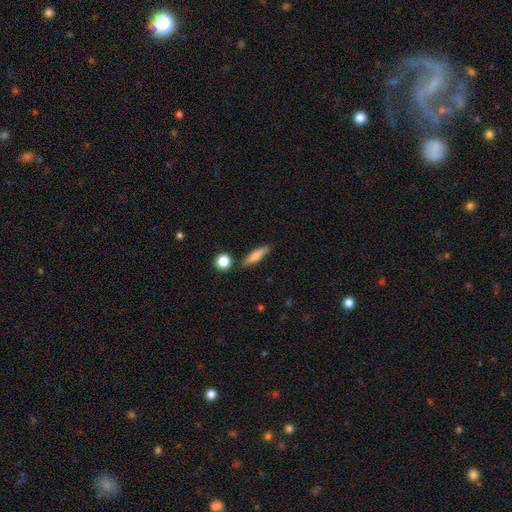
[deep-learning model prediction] smooth_or_featured: smooth (p=0.72) [alt: featured or disk p=0.21]
how_rounded: cigar-shaped (p=0.73) [alt: in between p=0.23]
merging: none (p=0.81) [alt: minor disturbance p=0.12]